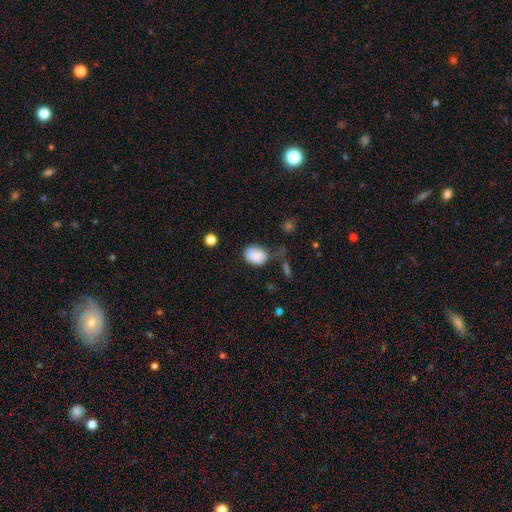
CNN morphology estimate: Smooth or featured?
  - smooth: 87% *
  - star or artifact: 8%
  - featured or disk: 5%
How rounded?
  - in between: 70% *
  - round: 29%
  - cigar-shaped: 1%
Merging?
  - none: 59% *
  - minor disturbance: 25%
  - major disturbance: 9%
  - merger: 6%